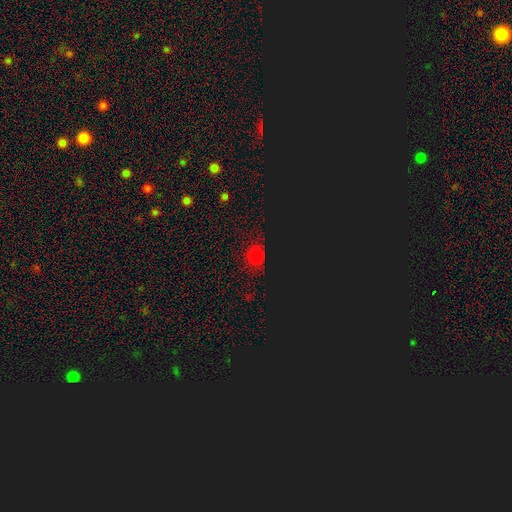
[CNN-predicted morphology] Overall: smooth (53%; star or artifact 40%). How rounded: round (49%; in between 48%). Merging: none (73%).